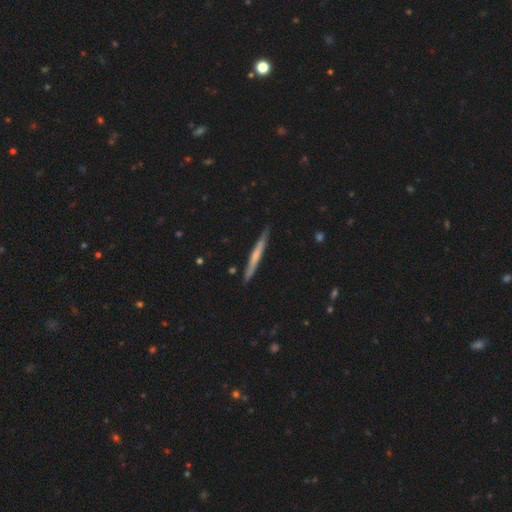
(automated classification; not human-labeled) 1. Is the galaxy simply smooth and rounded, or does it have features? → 49% smooth, 46% featured or disk, 5% star or artifact.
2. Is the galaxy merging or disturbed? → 88% none, 9% minor disturbance, 1% major disturbance, 1% merger.